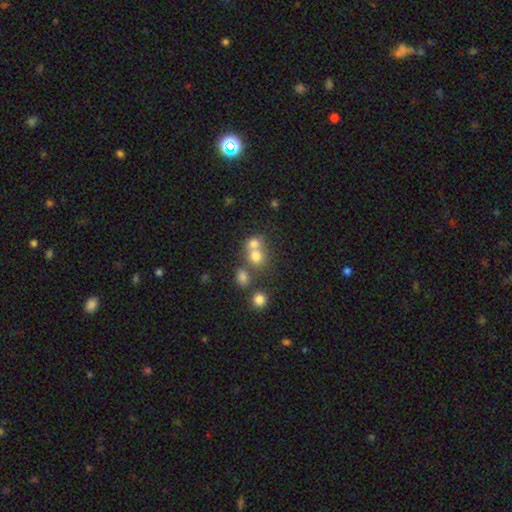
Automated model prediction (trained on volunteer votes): Smooth or featured? Predicted: smooth (p=0.72). How rounded? Predicted: round (p=0.78). Merging? Predicted: merger (p=0.52).